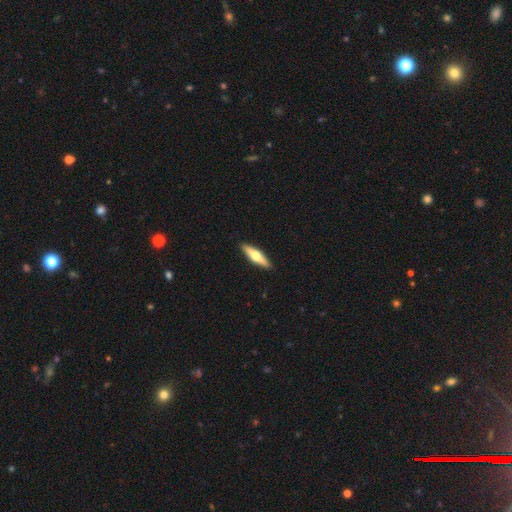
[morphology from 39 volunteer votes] Smooth or featured: featured or disk — 62% (smooth — 38%)
Edge-on disk: yes — 83% (no — 17%)
Edge-on bulge: rounded — 100%
Merging: none — 95% (minor disturbance — 5%)